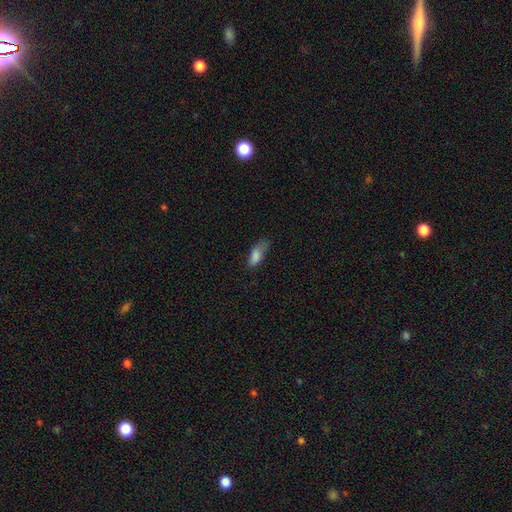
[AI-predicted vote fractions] This appears to be a smooth galaxy with no disk features (82%) that is in between round and cigar-shaped (81%). Merging: none (41%).